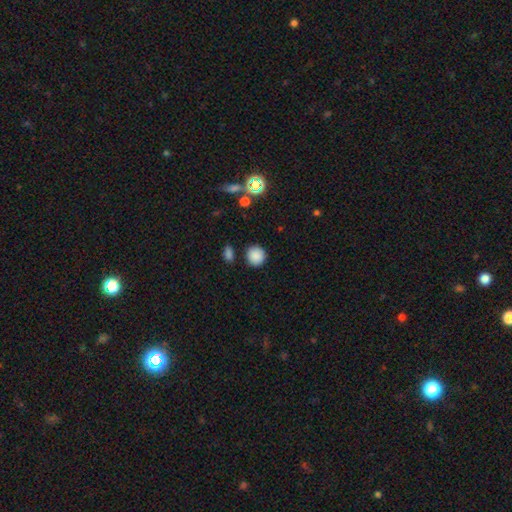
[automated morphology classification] This appears to be a smooth galaxy with no disk features (85%) that is round (91%). Merging: none (84%).